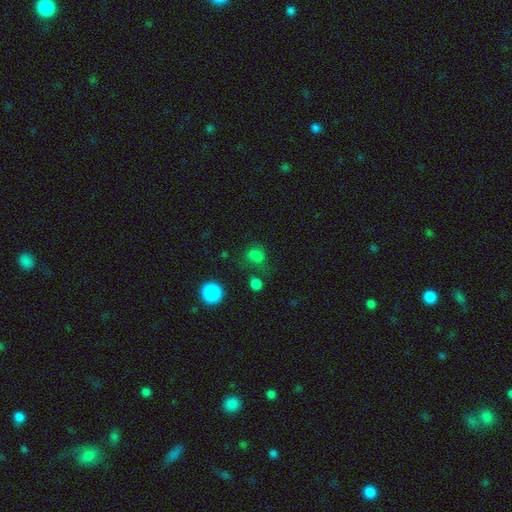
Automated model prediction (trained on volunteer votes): smooth_or_featured: smooth (p=0.67) [alt: star or artifact p=0.25]
how_rounded: round (p=0.55) [alt: in between p=0.44]
merging: none (p=0.54) [alt: minor disturbance p=0.20]